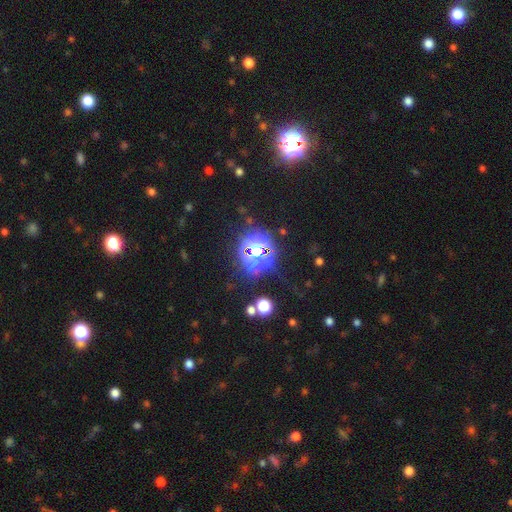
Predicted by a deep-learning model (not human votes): star or artifact 75%, smooth 17%, featured or disk 8%.